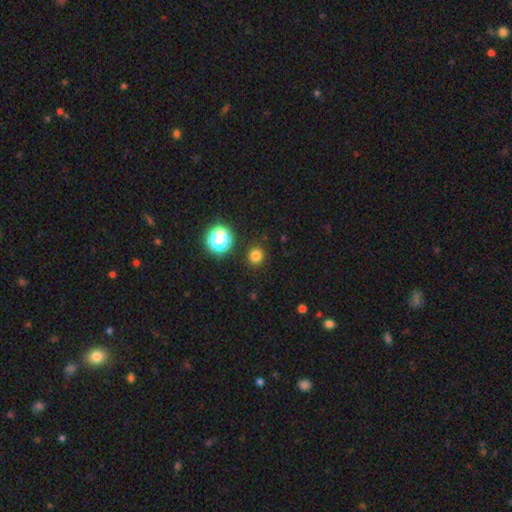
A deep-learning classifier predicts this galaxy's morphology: A smooth galaxy with no disk features (76%) that is round (90%).

Vote fractions:
- Smooth or featured? smooth: 76% / star or artifact: 19% / featured or disk: 5%
- How rounded? round: 90% / in between: 9% / cigar-shaped: 1%
- Merging? none: 90% / minor disturbance: 6% / major disturbance: 2% / merger: 2%